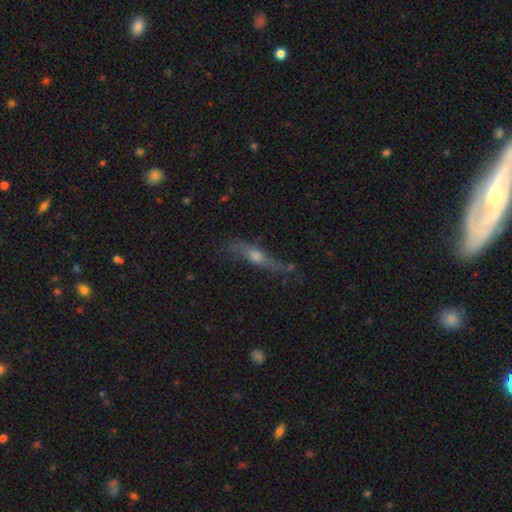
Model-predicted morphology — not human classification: The model was most divided on "smooth or featured": featured or disk: 65%, smooth: 26%, star or artifact: 9%. More confident: edge-on bulge — rounded (89%); edge-on disk — yes (84%); merging — none (68%).